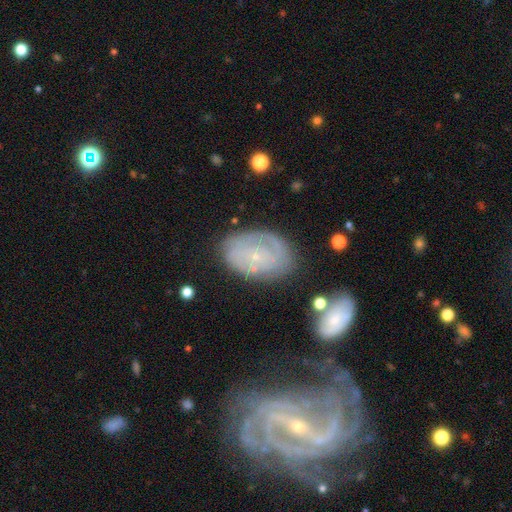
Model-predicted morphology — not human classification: This is likely a featured or disk galaxy (63%). It is clearly not viewed edge-on (95%). Bar: likely no (80%). Spiral arm pattern: likely yes (69%). Central bulge: clearly small (85%). Merging: likely none (67%).